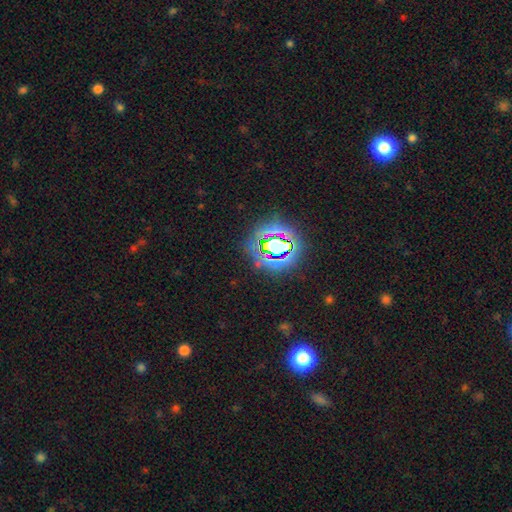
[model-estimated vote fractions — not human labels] Morphology: type=star or artifact (76%).